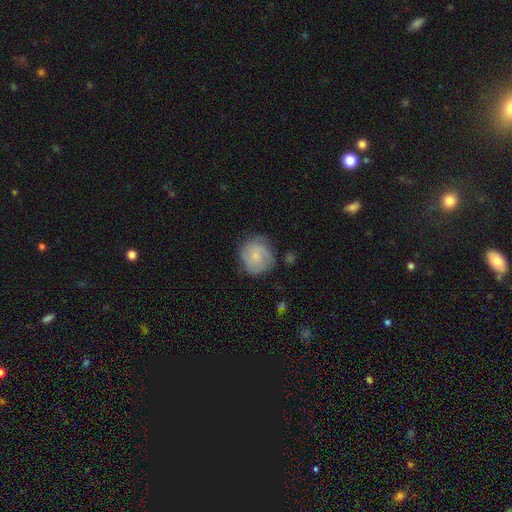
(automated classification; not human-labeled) Smooth or featured? Predicted: smooth (p=0.58). How rounded? Predicted: round (p=0.83). Merging? Predicted: none (p=0.66).